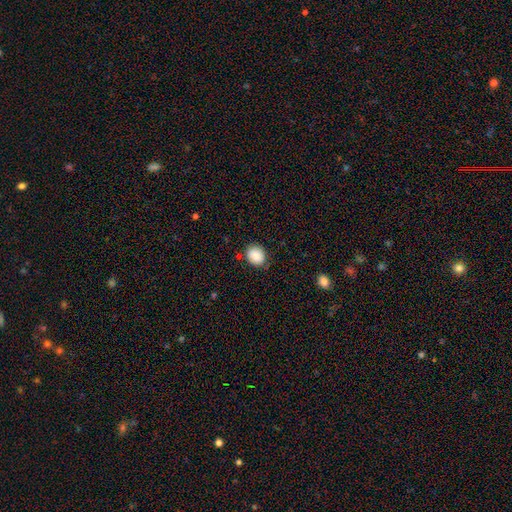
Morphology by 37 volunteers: Q: Smooth or featured?
A: smooth (89%); runner-up: featured or disk (5%)
Q: How rounded?
A: in between (55%); runner-up: round (45%)
Q: Merging?
A: none (89%); runner-up: minor disturbance (9%)